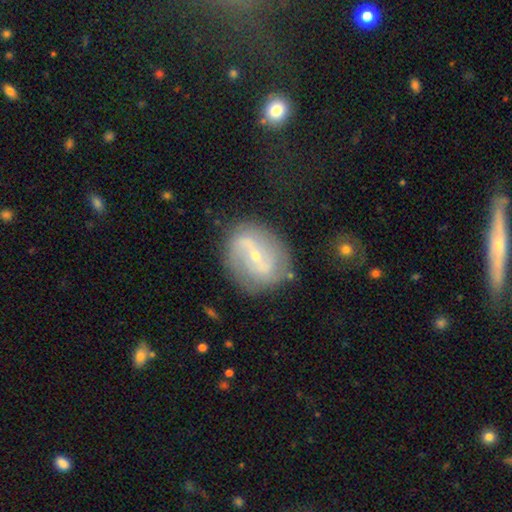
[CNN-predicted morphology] Smooth or featured: featured or disk — 77% (smooth — 16%)
Edge-on disk: no — 96% (yes — 4%)
Bar: weak — 41% (strong — 33%)
Spiral arms: yes — 86% (no — 14%)
Spiral winding: loose — 39% (tied with medium — 39%)
Spiral arm count: 2 — 82% (can't tell — 10%)
Bulge size: small — 67% (moderate — 30%)
Merging: none — 76% (minor disturbance — 15%)